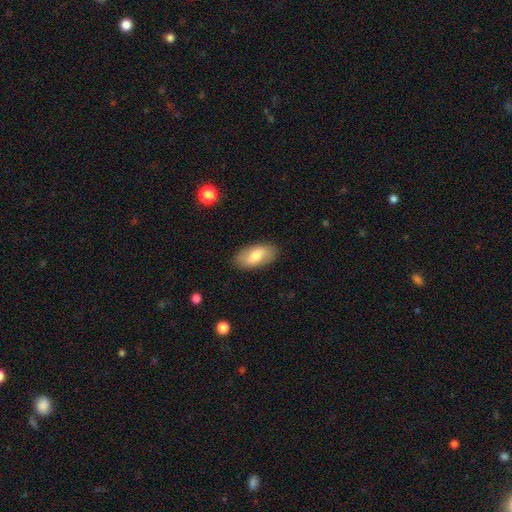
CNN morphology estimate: smooth-or-featured: smooth: 68% | featured or disk: 26% | star or artifact: 6%
  how-rounded: in between: 92% | cigar-shaped: 5% | round: 3%
  merging: none: 86% | minor disturbance: 10% | major disturbance: 2% | merger: 1%